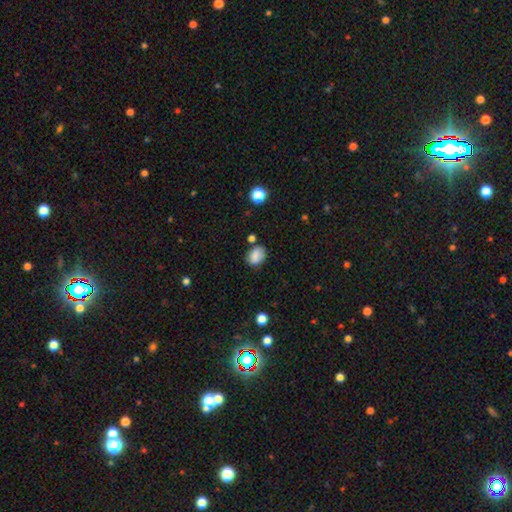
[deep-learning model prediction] smooth-or-featured: smooth: 82% | star or artifact: 10% | featured or disk: 9%
  how-rounded: in between: 61% | round: 38% | cigar-shaped: 1%
  merging: none: 71% | minor disturbance: 19% | merger: 6% | major disturbance: 5%